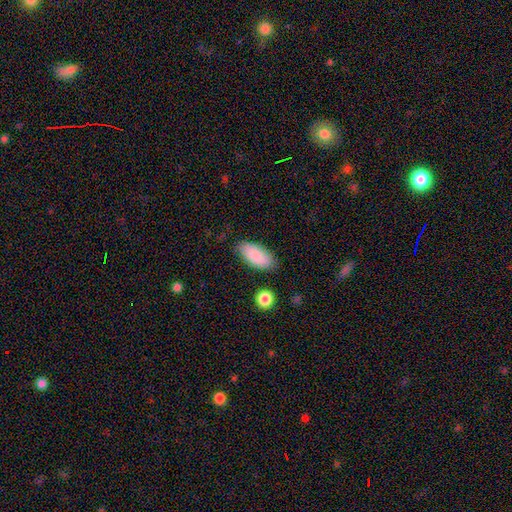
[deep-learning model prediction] The model was most divided on "merging": none: 80%, minor disturbance: 14%, major disturbance: 3%, merger: 2%. More confident: how rounded — in between (89%); smooth or featured — smooth (87%).